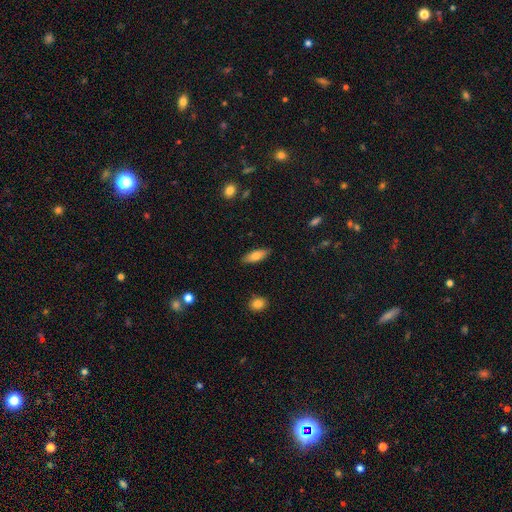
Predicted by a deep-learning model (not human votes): This appears to be a smooth galaxy with no disk features (79%) that is in between round and cigar-shaped (68%). Merging: none (87%).